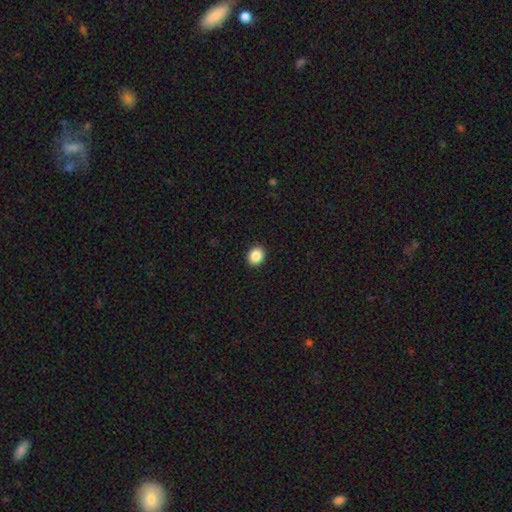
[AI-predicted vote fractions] A smooth galaxy with no disk features (88%) that is round (57%). Merging: none (92%).